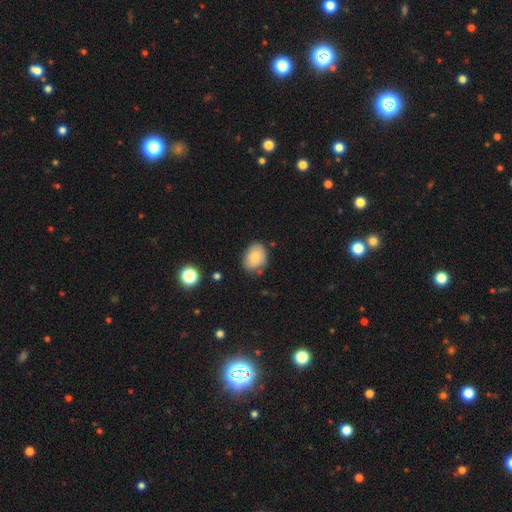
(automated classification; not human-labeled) Smooth or featured? smooth (76%)
How rounded? in between (62%)
Merging? none (70%)